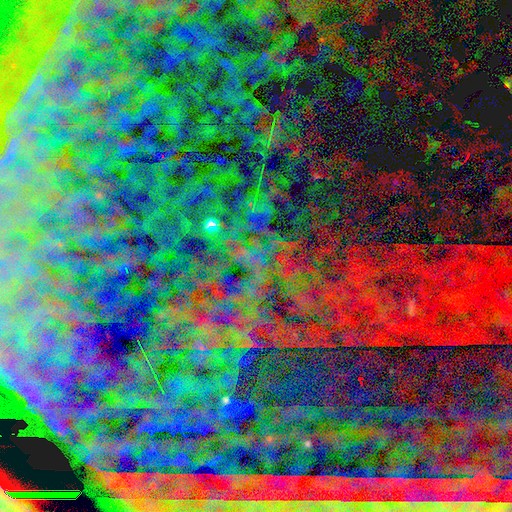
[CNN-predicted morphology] Overall: star or artifact (84%).